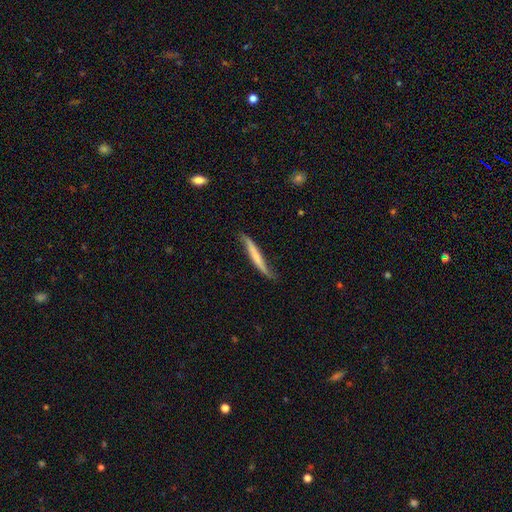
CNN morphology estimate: Smooth or featured: smooth — 49% (featured or disk — 45%)
Merging: none — 55% (minor disturbance — 32%)